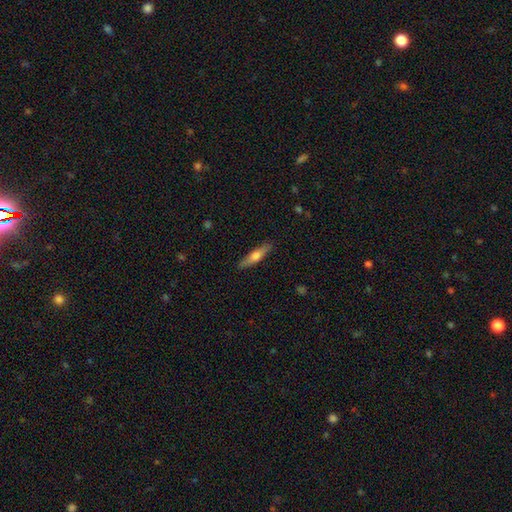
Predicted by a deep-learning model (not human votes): smooth_or_featured: smooth (p=0.53) [alt: featured or disk p=0.42]
how_rounded: cigar-shaped (p=0.79) [alt: in between p=0.19]
merging: none (p=0.89) [alt: minor disturbance p=0.08]